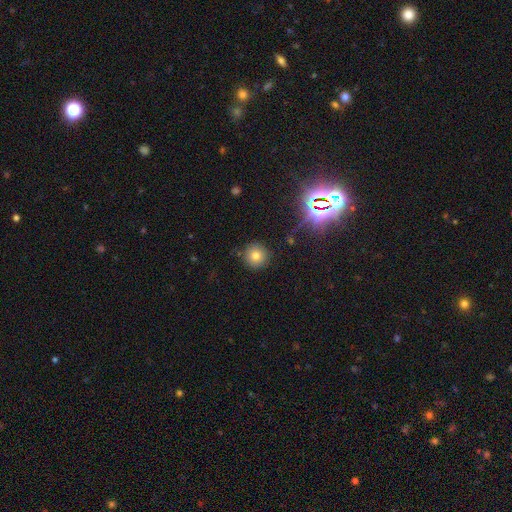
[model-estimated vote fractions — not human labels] smooth-or-featured: smooth: 73% | star or artifact: 17% | featured or disk: 10%
  how-rounded: round: 95% | in between: 4% | cigar-shaped: 1%
  merging: none: 88% | minor disturbance: 8% | major disturbance: 2% | merger: 2%